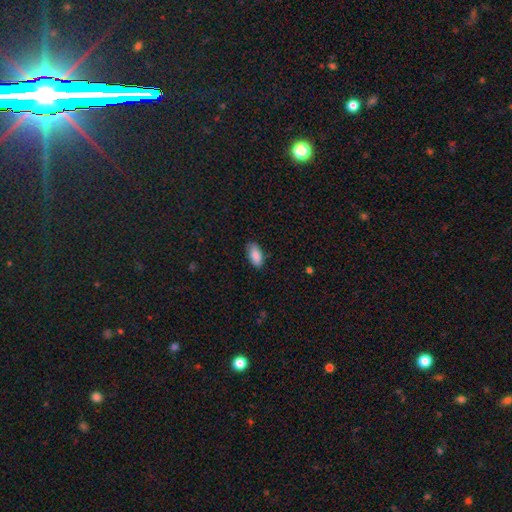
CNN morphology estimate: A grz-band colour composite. It shows a smooth galaxy with no disk features (86%) that is in between round and cigar-shaped (92%). Merging: none (82%).